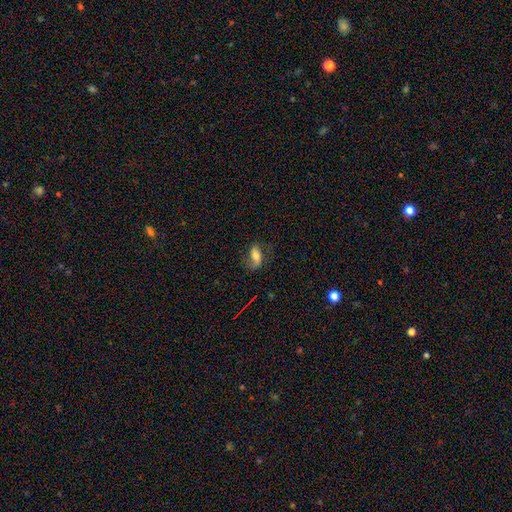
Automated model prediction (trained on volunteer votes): A smooth galaxy with no disk features (54%) that is in between round and cigar-shaped (84%). Merging: none (63%).